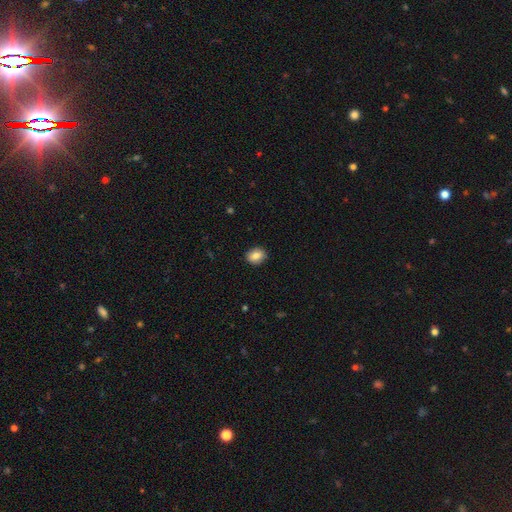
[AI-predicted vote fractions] Morphology: type=smooth (81%); roundness=round (54%); merging=none (89%).